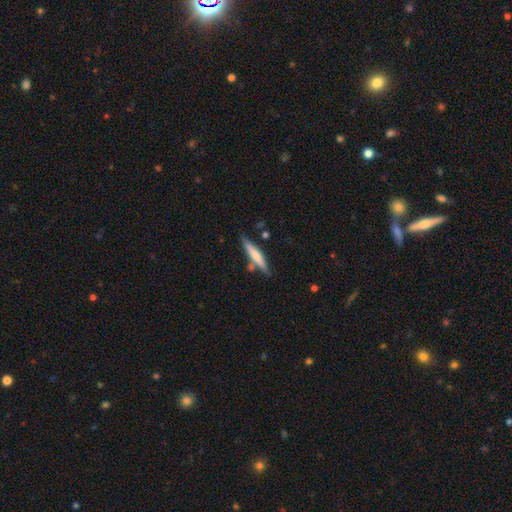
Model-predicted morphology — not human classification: Smooth or featured?
  - smooth: 55% *
  - featured or disk: 39%
  - star or artifact: 6%
How rounded?
  - cigar-shaped: 90% *
  - in between: 8%
  - round: 1%
Merging?
  - none: 75% *
  - minor disturbance: 13%
  - merger: 8%
  - major disturbance: 3%